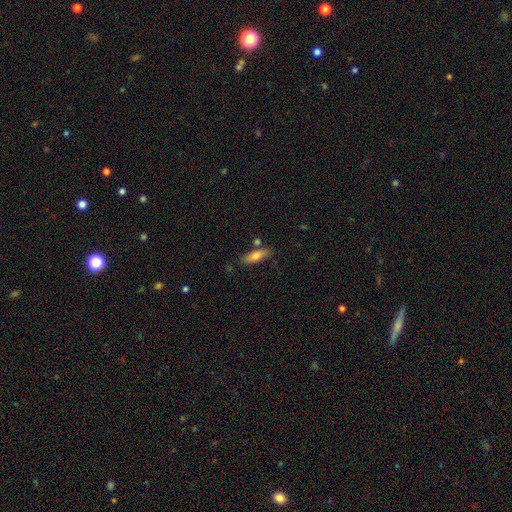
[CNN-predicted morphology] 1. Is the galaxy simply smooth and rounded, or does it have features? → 72% smooth, 21% featured or disk, 7% star or artifact.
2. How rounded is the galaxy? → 50% cigar-shaped, 47% in between, 2% round.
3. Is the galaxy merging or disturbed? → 76% none, 13% minor disturbance, 8% merger, 3% major disturbance.